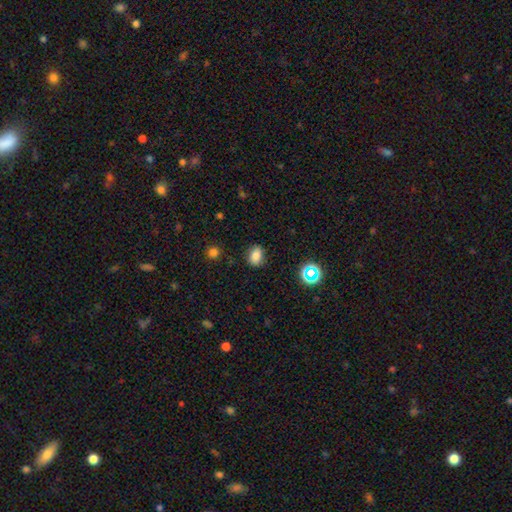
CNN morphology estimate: Smooth or featured? Predicted: smooth (p=0.79). How rounded? Predicted: in between (p=0.64). Merging? Predicted: none (p=0.83).